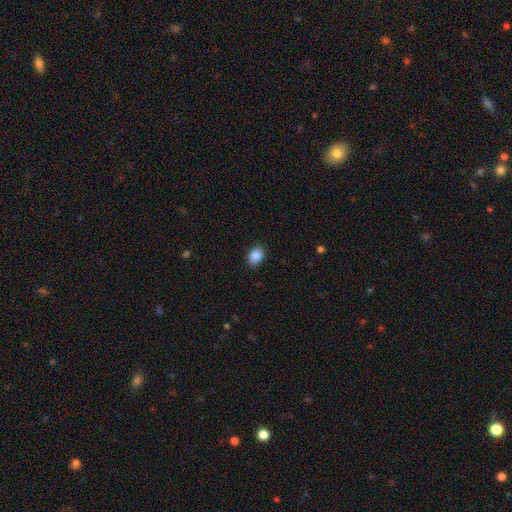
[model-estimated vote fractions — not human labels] A smooth galaxy with no disk features (87%) that is in between round and cigar-shaped (66%).

Vote fractions:
- Smooth or featured? smooth: 87% / star or artifact: 9% / featured or disk: 4%
- How rounded? in between: 66% / round: 33% / cigar-shaped: 1%
- Merging? none: 87% / minor disturbance: 10% / major disturbance: 2% / merger: 1%